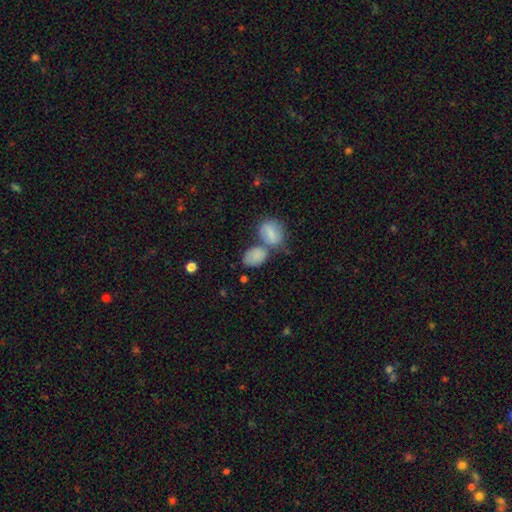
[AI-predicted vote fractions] This appears to be a smooth galaxy with no disk features (82%) that is in between round and cigar-shaped (82%). Merging: merger (49%).